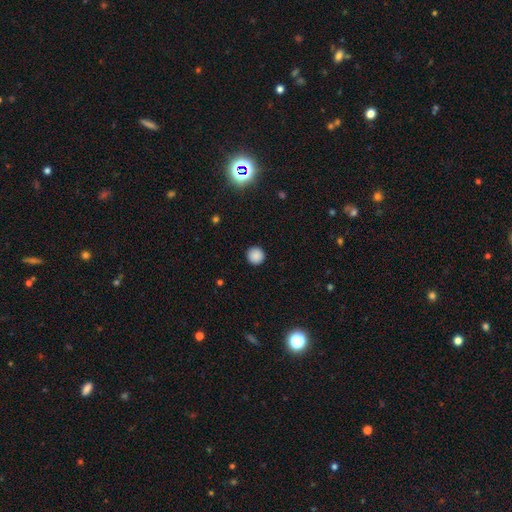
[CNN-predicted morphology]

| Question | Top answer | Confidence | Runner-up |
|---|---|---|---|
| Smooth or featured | smooth | 87% | star or artifact (10%) |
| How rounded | round | 96% | in between (3%) |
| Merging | none | 92% | minor disturbance (5%) |